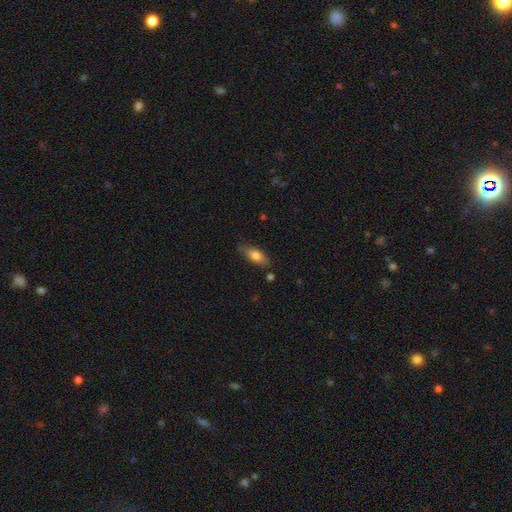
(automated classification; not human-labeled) This appears to be a smooth galaxy with no disk features (76%) that is in between round and cigar-shaped (74%). Merging: none (76%).